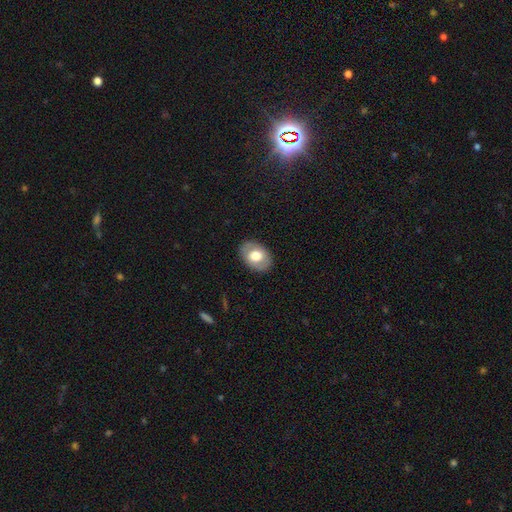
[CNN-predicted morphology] smooth_or_featured: smooth (p=0.63) [alt: featured or disk p=0.31]
how_rounded: in between (p=0.79) [alt: round p=0.20]
merging: none (p=0.86) [alt: minor disturbance p=0.10]